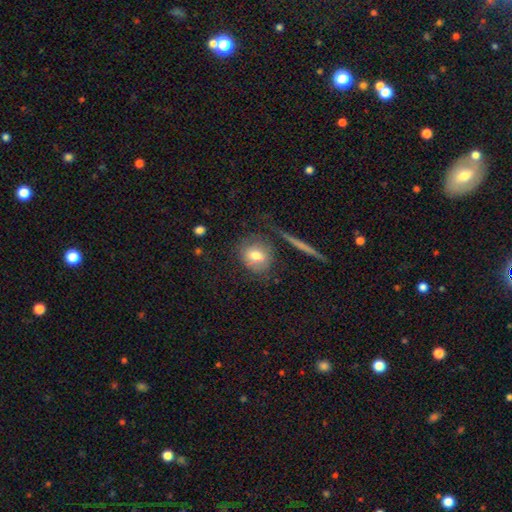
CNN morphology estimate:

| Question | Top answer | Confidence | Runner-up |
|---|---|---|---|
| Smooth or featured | smooth | 71% | featured or disk (19%) |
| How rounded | round | 74% | in between (24%) |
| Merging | none | 66% | minor disturbance (17%) |